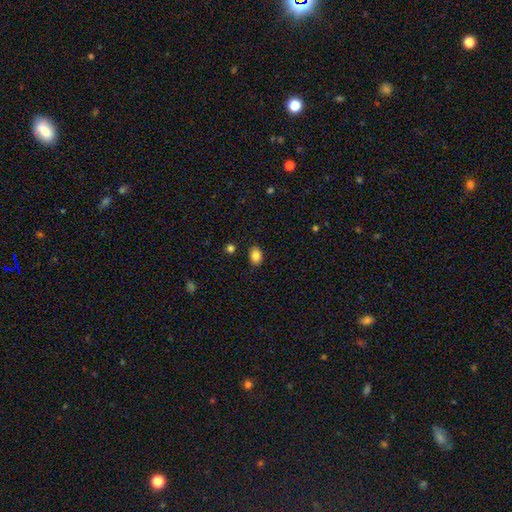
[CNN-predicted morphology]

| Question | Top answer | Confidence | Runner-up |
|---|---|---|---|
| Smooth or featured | smooth | 86% | star or artifact (10%) |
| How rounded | in between | 68% | round (31%) |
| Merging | none | 86% | minor disturbance (10%) |